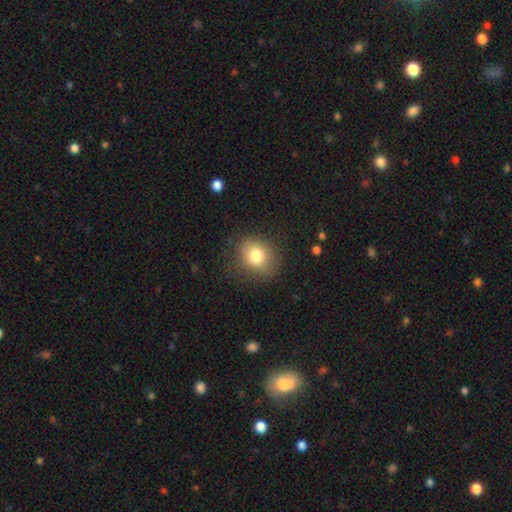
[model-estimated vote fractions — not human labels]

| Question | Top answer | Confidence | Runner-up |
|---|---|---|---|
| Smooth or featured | smooth | 79% | star or artifact (11%) |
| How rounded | round | 72% | in between (27%) |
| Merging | none | 82% | minor disturbance (12%) |